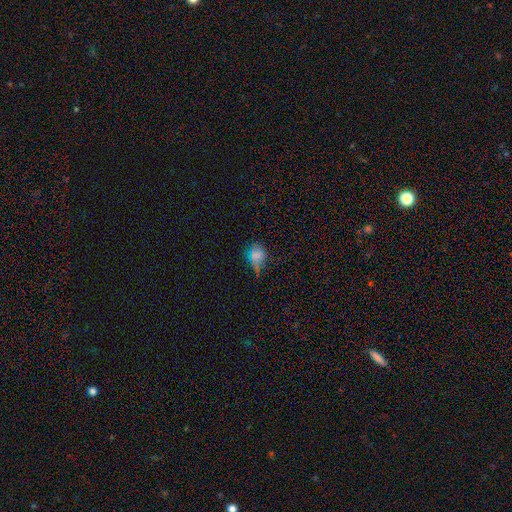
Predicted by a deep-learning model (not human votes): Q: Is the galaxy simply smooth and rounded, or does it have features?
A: smooth — 64%.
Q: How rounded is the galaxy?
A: in between — 59%.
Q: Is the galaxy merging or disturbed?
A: none — 47%.